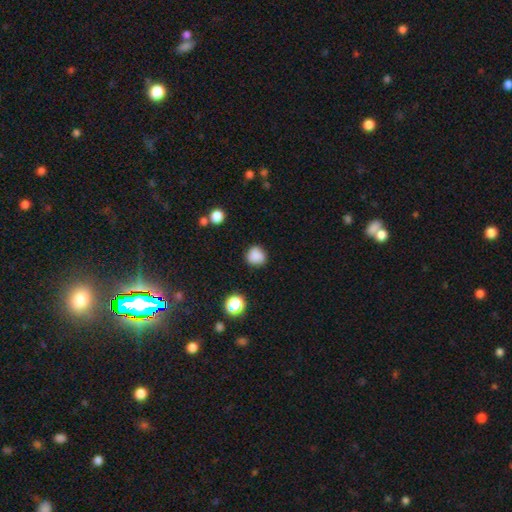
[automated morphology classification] Smooth or featured?
  - smooth: 85% *
  - star or artifact: 11%
  - featured or disk: 4%
How rounded?
  - round: 86% *
  - in between: 13%
  - cigar-shaped: 1%
Merging?
  - none: 83% *
  - minor disturbance: 11%
  - major disturbance: 3%
  - merger: 2%